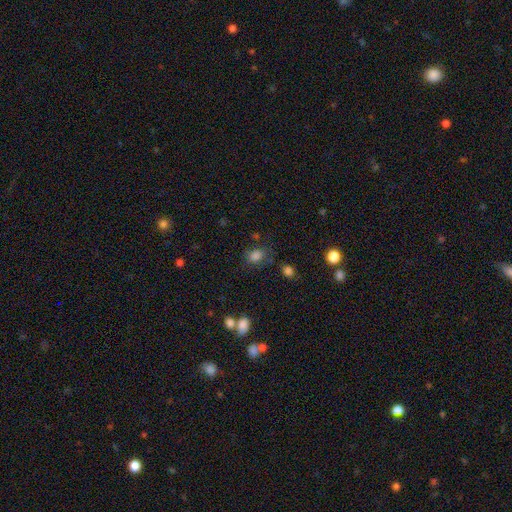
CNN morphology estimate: Smooth or featured?
  - smooth: 81% *
  - star or artifact: 13%
  - featured or disk: 6%
How rounded?
  - in between: 62% *
  - round: 36%
  - cigar-shaped: 1%
Merging?
  - none: 67% *
  - minor disturbance: 19%
  - major disturbance: 8%
  - merger: 5%